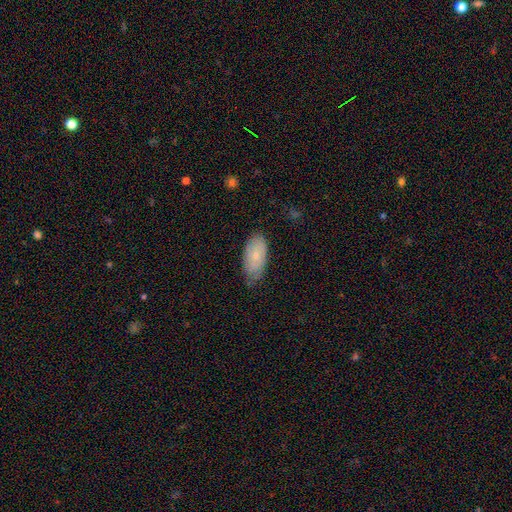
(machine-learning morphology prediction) Smooth or featured?
  - smooth: 67% *
  - featured or disk: 26%
  - star or artifact: 6%
How rounded?
  - in between: 93% *
  - cigar-shaped: 4%
  - round: 3%
Merging?
  - none: 63% *
  - minor disturbance: 31%
  - major disturbance: 6%
  - merger: 1%